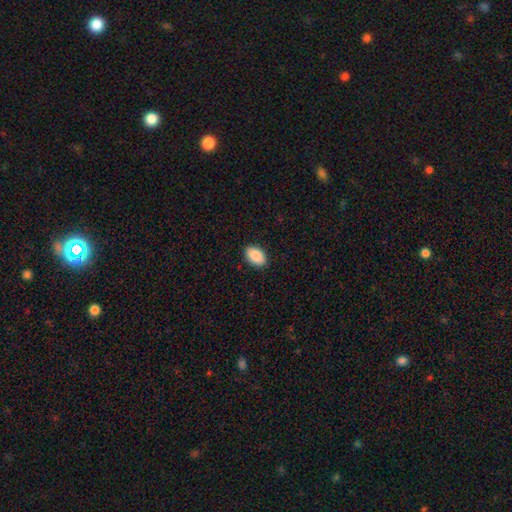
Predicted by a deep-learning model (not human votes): Smooth or featured: smooth — 89% (star or artifact — 6%)
How rounded: in between — 92% (round — 7%)
Merging: none — 90% (minor disturbance — 8%)